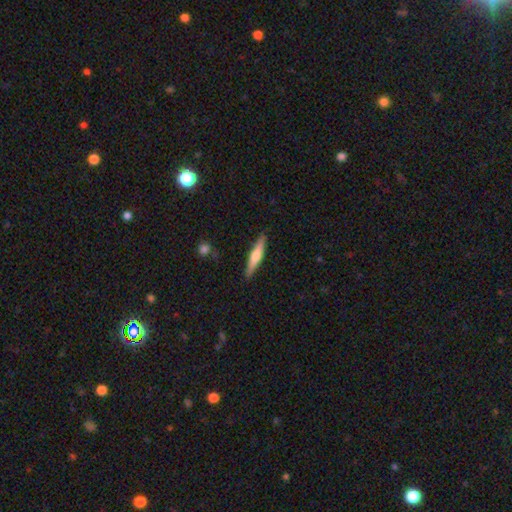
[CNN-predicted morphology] Smooth or featured? Predicted: featured or disk (p=0.49). Merging? Predicted: none (p=0.89).